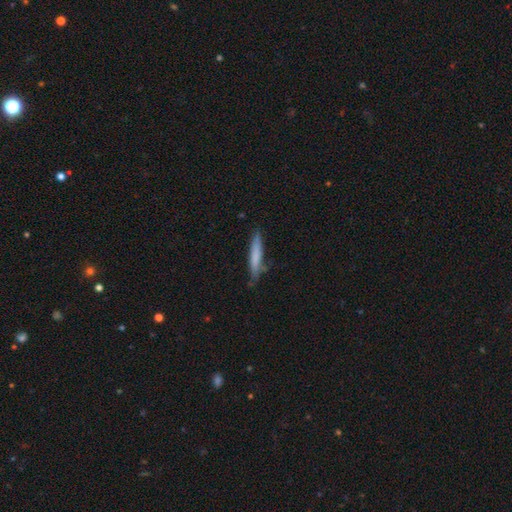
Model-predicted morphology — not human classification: A smooth galaxy with no disk features (72%) that is cigar-shaped (91%). Merging: none (74%).